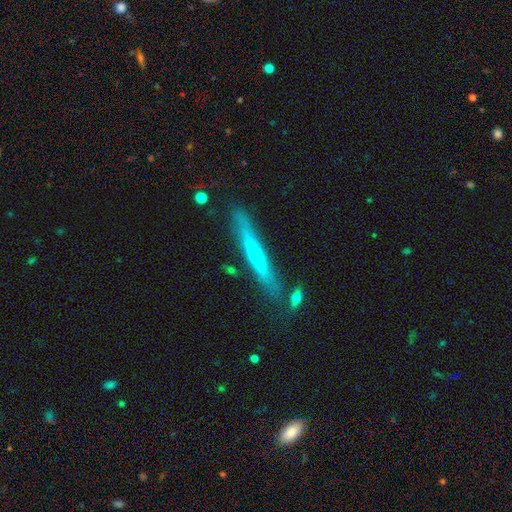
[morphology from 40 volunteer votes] Overall: featured or disk (68%). Edge-on disk: yes (78%). Edge-on bulge: rounded (57%; none 43%). Merging: none (70%).